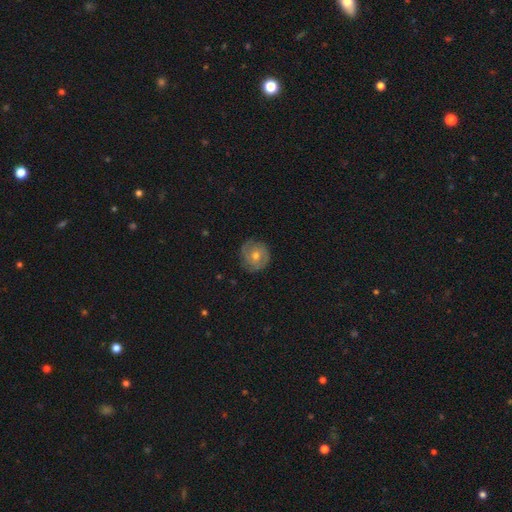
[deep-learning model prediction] This appears to be a featured or disk galaxy (59%) with no bar (74%), spiral arms (80%) and a moderate central bulge (65%). Merging: none (80%).